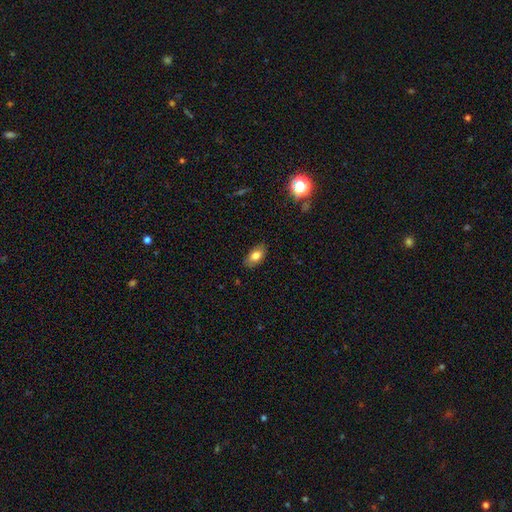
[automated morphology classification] Smooth or featured?
  - smooth: 78% *
  - featured or disk: 14%
  - star or artifact: 8%
How rounded?
  - in between: 91% *
  - round: 6%
  - cigar-shaped: 3%
Merging?
  - none: 84% *
  - minor disturbance: 13%
  - major disturbance: 3%
  - merger: 1%